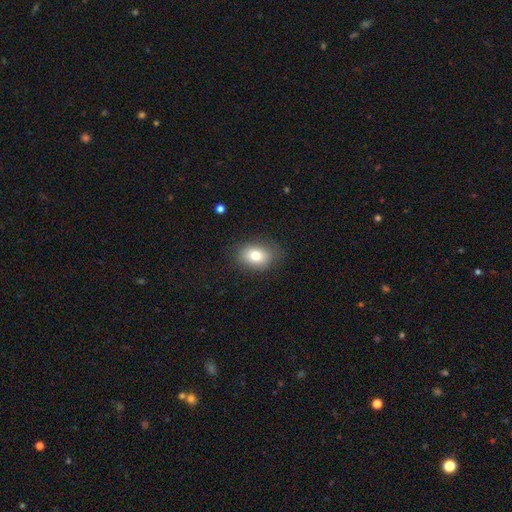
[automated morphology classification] Smooth or featured?
  - smooth: 78% *
  - featured or disk: 12%
  - star or artifact: 10%
How rounded?
  - in between: 71% *
  - round: 28%
  - cigar-shaped: 1%
Merging?
  - none: 81% *
  - minor disturbance: 13%
  - major disturbance: 4%
  - merger: 1%